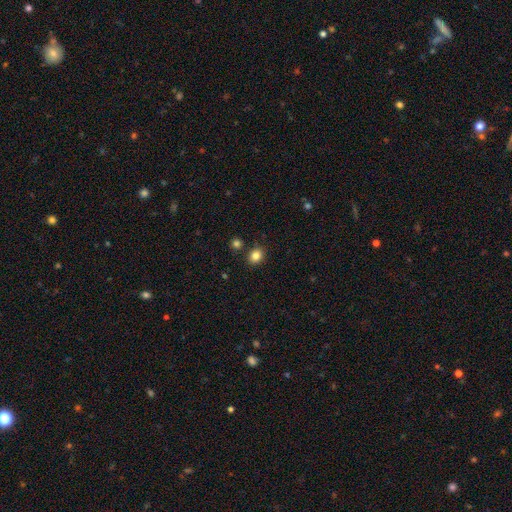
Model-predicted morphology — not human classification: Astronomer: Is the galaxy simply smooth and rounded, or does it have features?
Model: smooth — 84%.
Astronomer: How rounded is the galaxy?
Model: round — 59% (runner-up: in between, 40%).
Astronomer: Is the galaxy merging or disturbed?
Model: none — 84%.